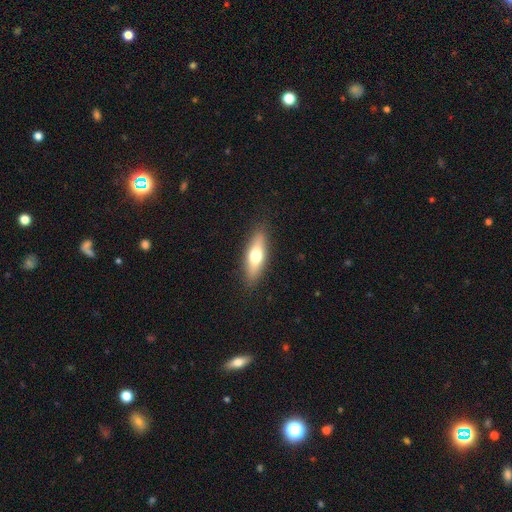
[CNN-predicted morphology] Smooth or featured?
  - smooth: 60% *
  - featured or disk: 34%
  - star or artifact: 6%
How rounded?
  - cigar-shaped: 49% *
  - in between: 48%
  - round: 3%
Merging?
  - none: 88% *
  - minor disturbance: 9%
  - major disturbance: 2%
  - merger: 1%